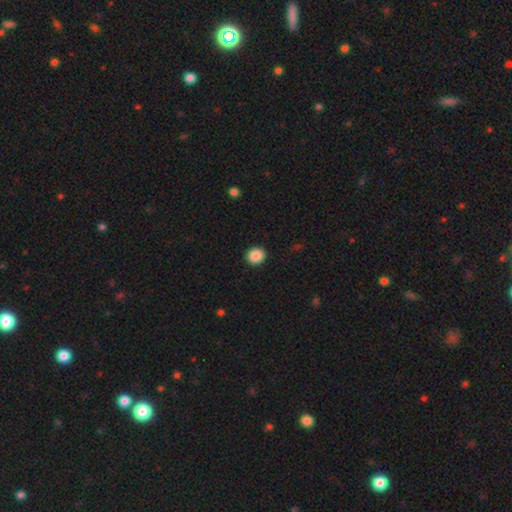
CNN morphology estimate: Smooth or featured? Predicted: smooth (p=0.88). How rounded? Predicted: round (p=0.84). Merging? Predicted: none (p=0.92).